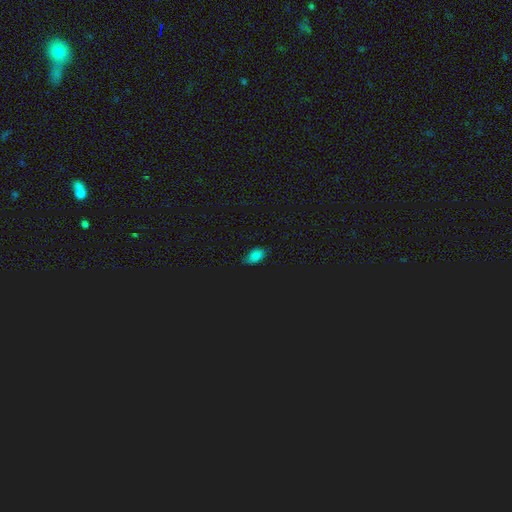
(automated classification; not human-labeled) smooth-or-featured: smooth: 69% | star or artifact: 24% | featured or disk: 7%
  how-rounded: in between: 86% | round: 12% | cigar-shaped: 2%
  merging: none: 70% | minor disturbance: 24% | major disturbance: 4% | merger: 2%